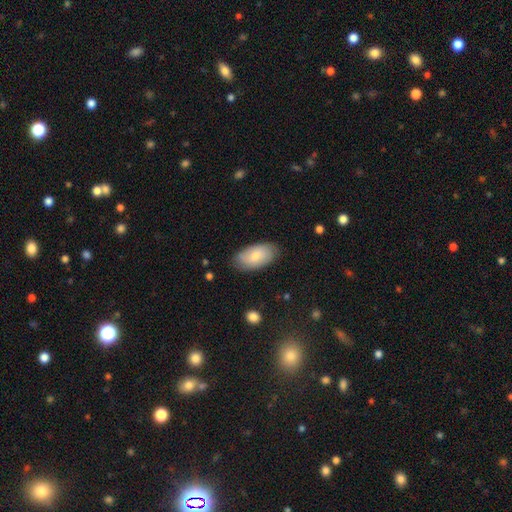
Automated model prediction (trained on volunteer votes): This is likely a smooth galaxy (73%). How rounded: clearly in between (95%). Merging: likely none (80%).